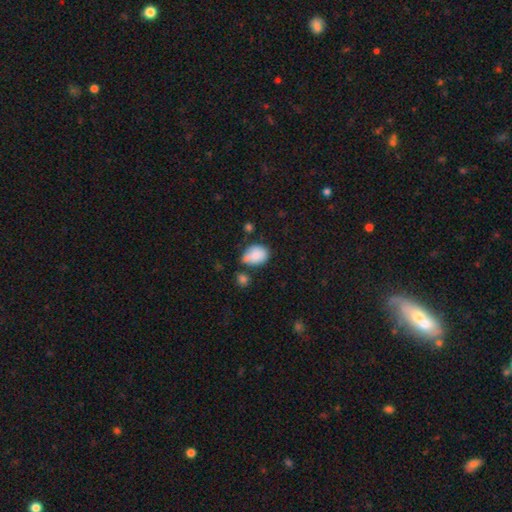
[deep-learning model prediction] Smooth or featured? smooth (85%)
How rounded? in between (67%)
Merging? none (46%)